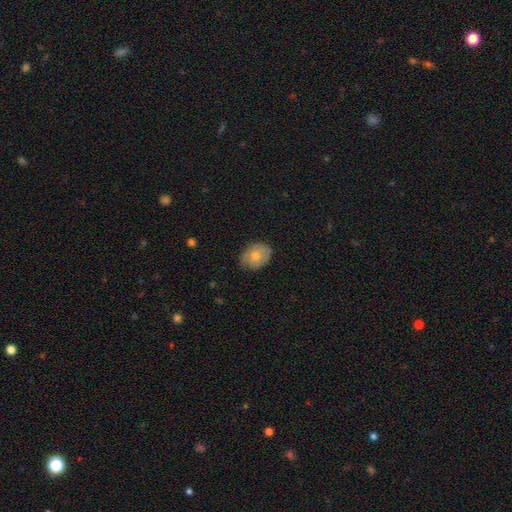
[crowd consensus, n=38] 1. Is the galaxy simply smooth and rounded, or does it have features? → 50% featured or disk, 42% smooth, 8% star or artifact.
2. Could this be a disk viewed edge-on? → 84% no, 16% yes.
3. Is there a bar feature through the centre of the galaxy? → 100% no, 0% strong, 0% weak.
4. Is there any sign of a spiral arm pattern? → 69% yes, 31% no.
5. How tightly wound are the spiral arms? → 73% tight, 18% loose, 9% medium.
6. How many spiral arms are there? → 73% can't tell, 9% 1, 9% 2, 9% 3, 0% 4, 0% more than 4.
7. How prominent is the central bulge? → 75% moderate, 25% small, 0% dominant, 0% large, 0% none.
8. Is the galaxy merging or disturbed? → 83% none, 14% minor disturbance, 3% major disturbance, 0% merger.